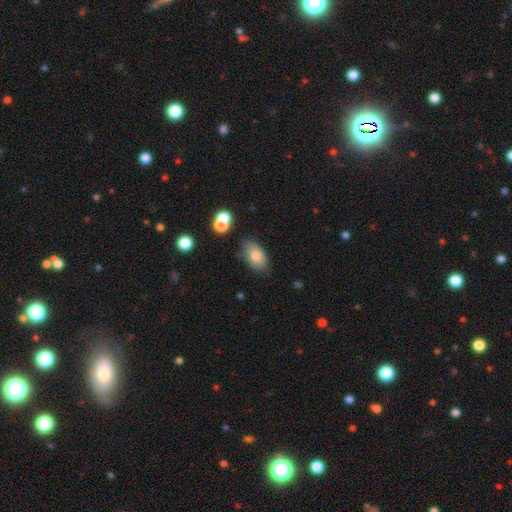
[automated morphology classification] A smooth galaxy with no disk features (79%) that is in between round and cigar-shaped (92%). Merging: none (78%).